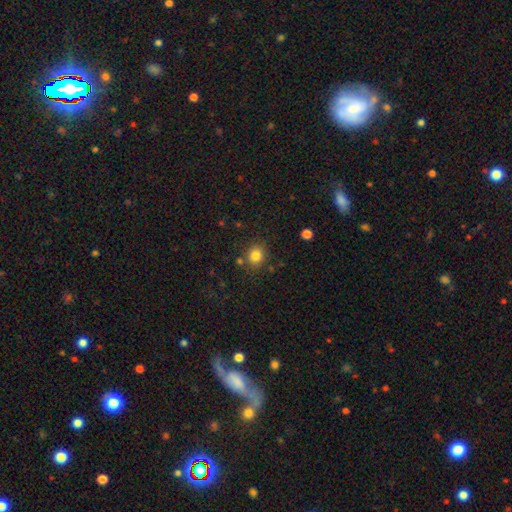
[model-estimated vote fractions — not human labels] Q: Smooth or featured?
A: smooth (82%); runner-up: star or artifact (12%)
Q: How rounded?
A: round (74%); runner-up: in between (25%)
Q: Merging?
A: none (80%); runner-up: minor disturbance (11%)